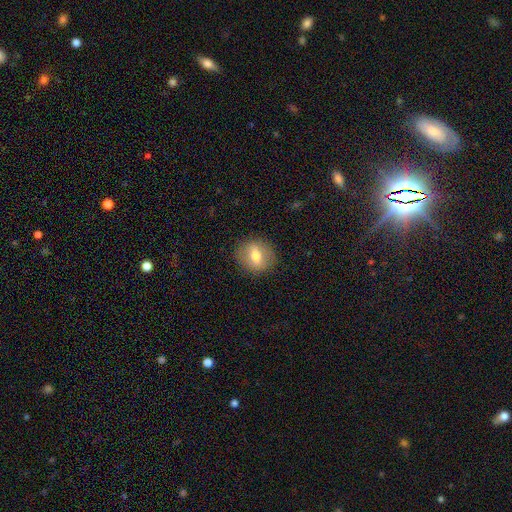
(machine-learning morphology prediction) A smooth galaxy with no disk features (64%) that is round (64%).

Vote fractions:
- Smooth or featured? smooth: 64% / featured or disk: 28% / star or artifact: 8%
- How rounded? round: 64% / in between: 34% / cigar-shaped: 2%
- Merging? none: 86% / minor disturbance: 10% / major disturbance: 3% / merger: 1%